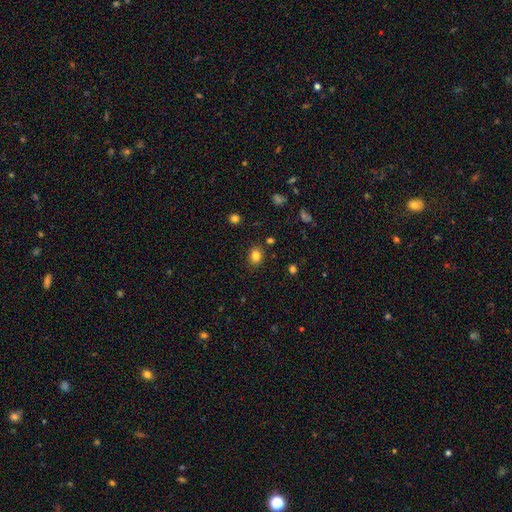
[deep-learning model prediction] This is clearly a smooth galaxy (82%). How rounded: possibly round (58%). Merging: clearly none (85%).